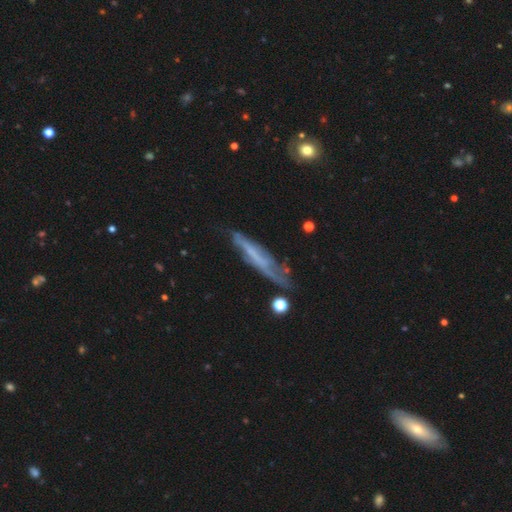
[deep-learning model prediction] This appears to be a featured or disk galaxy (61%) viewed edge-on (63%). Merging: none (53%).